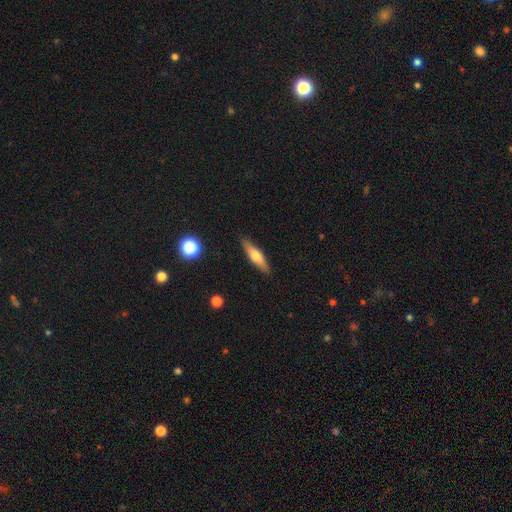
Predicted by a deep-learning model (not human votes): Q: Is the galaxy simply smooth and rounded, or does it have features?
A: smooth — 54%.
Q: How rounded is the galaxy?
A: cigar-shaped — 68%.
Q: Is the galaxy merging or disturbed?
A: none — 88%.